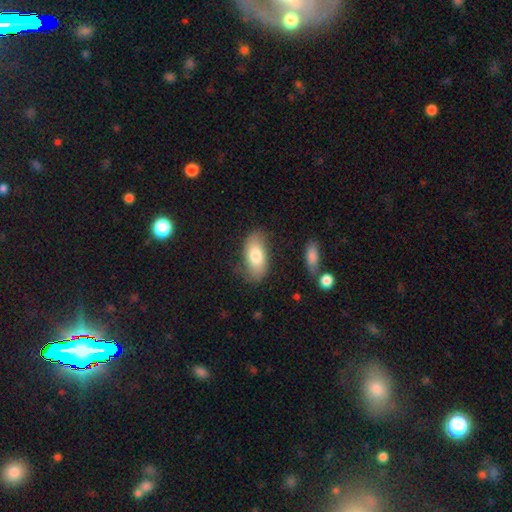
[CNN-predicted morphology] The model was most divided on "merging": none: 74%, minor disturbance: 18%, major disturbance: 5%, merger: 3%. More confident: how rounded — in between (91%); smooth or featured — smooth (76%).